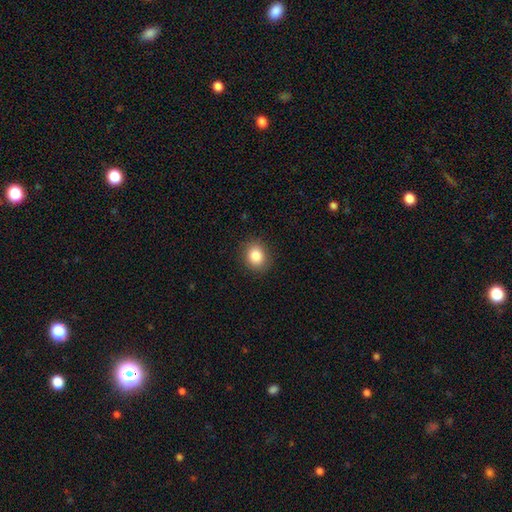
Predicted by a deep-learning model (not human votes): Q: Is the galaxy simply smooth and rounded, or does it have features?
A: smooth — 84%.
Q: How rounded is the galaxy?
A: round — 66%.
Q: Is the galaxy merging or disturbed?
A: none — 89%.